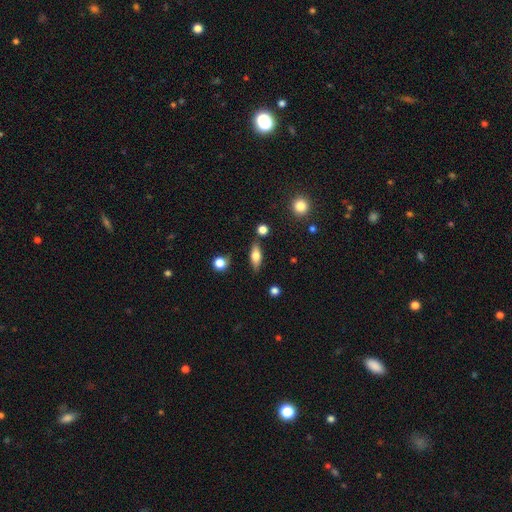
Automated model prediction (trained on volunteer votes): Smooth or featured? smooth (63%)
How rounded? in between (66%)
Merging? none (80%)